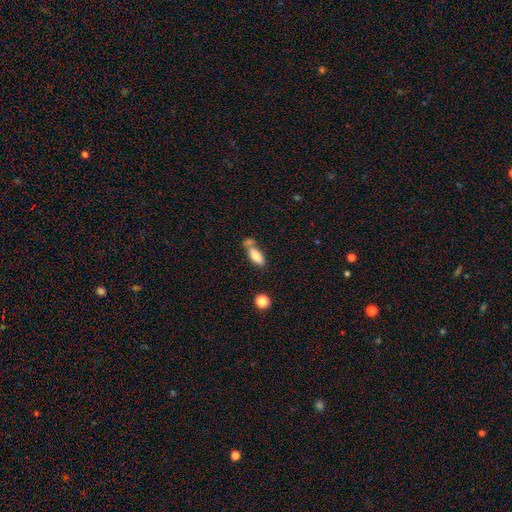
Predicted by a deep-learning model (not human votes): smooth_or_featured: smooth (p=0.76) [alt: featured or disk p=0.17]
how_rounded: in between (p=0.75) [alt: cigar-shaped p=0.22]
merging: none (p=0.44) [alt: merger p=0.33]